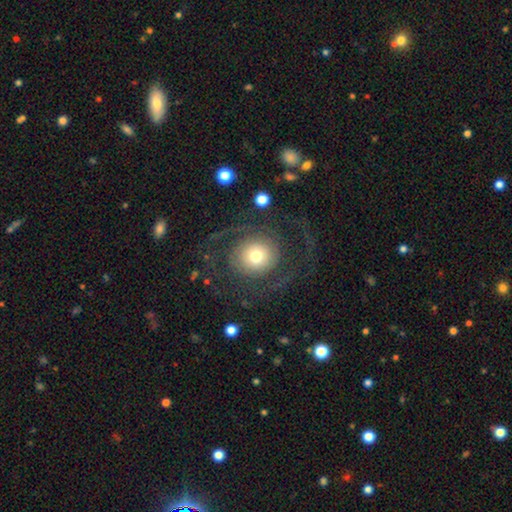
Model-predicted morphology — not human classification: A featured or disk galaxy (65%) with no bar (80%), 2 (54%) medium (36%) spiral arms (83%) and a moderate central bulge (51%). Merging: none (65%).